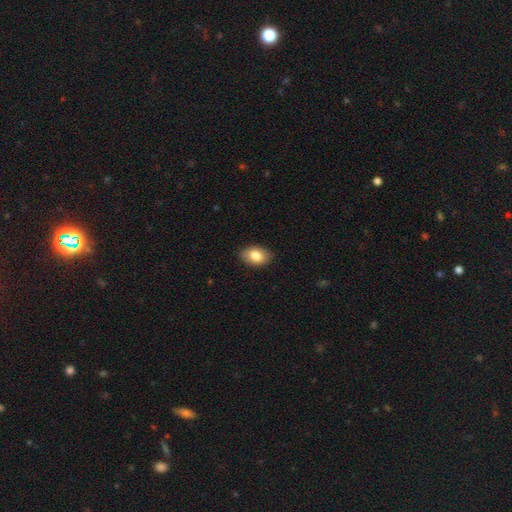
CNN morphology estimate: Overall: smooth (83%). How rounded: in between (86%). Merging: none (89%).